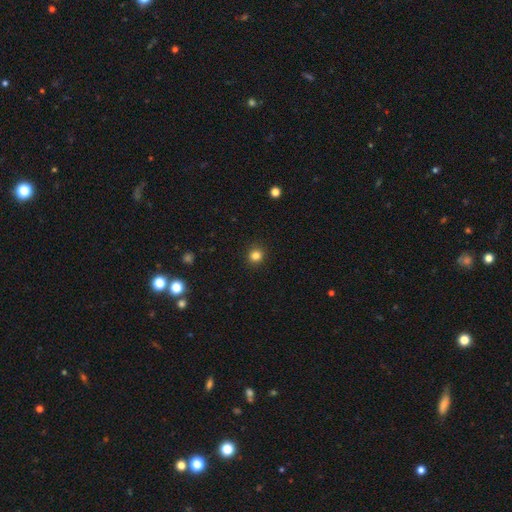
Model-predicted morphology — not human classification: smooth-or-featured: smooth: 83% | star or artifact: 13% | featured or disk: 4%
  how-rounded: round: 90% | in between: 9% | cigar-shaped: 1%
  merging: none: 92% | minor disturbance: 5% | major disturbance: 2% | merger: 1%